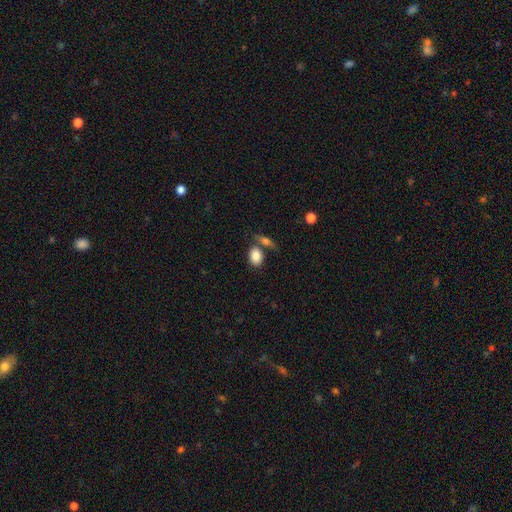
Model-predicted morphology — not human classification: Smooth or featured? Predicted: smooth (p=0.84). How rounded? Predicted: in between (p=0.76). Merging? Predicted: none (p=0.57).